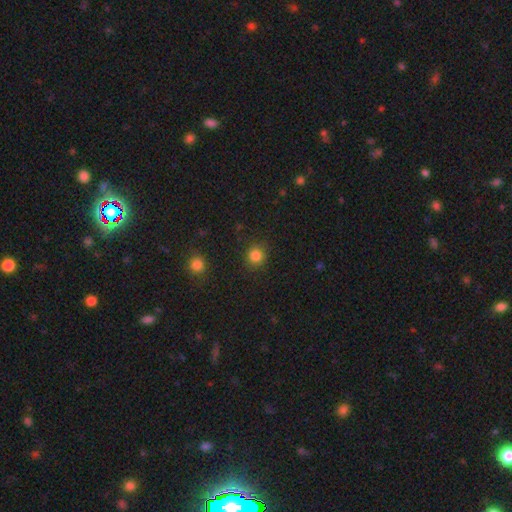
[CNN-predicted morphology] Smooth or featured?
  - smooth: 84% *
  - star or artifact: 12%
  - featured or disk: 4%
How rounded?
  - round: 89% *
  - in between: 11%
  - cigar-shaped: 1%
Merging?
  - none: 88% *
  - minor disturbance: 8%
  - major disturbance: 3%
  - merger: 2%